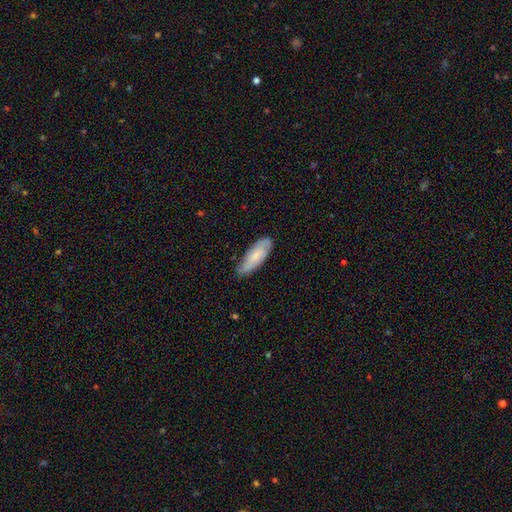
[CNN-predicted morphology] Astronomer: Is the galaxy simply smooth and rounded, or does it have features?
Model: smooth — 65%.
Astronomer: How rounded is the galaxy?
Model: in between — 63%.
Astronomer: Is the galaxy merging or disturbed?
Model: none — 77%.